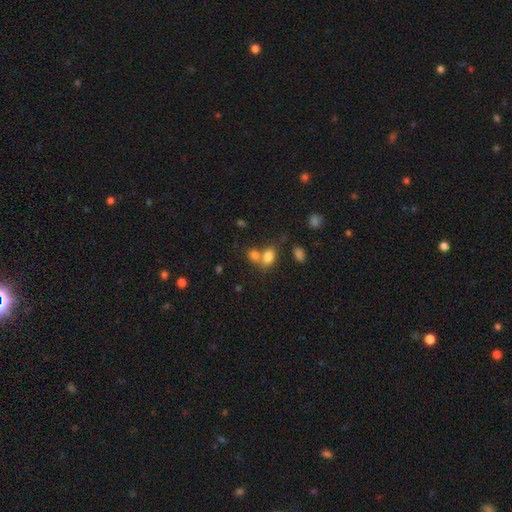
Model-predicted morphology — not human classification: type=smooth (74%); roundness=in between (62%); merging=merger (47%).